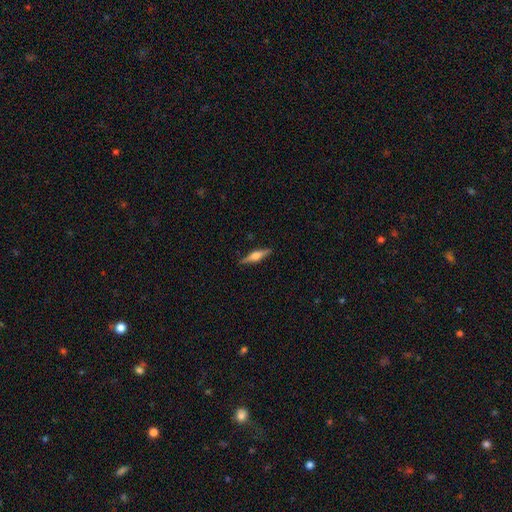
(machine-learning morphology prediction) Smooth or featured? featured or disk (63%)
Edge-on disk? yes (97%)
Edge-on bulge? rounded (87%)
Merging? none (89%)